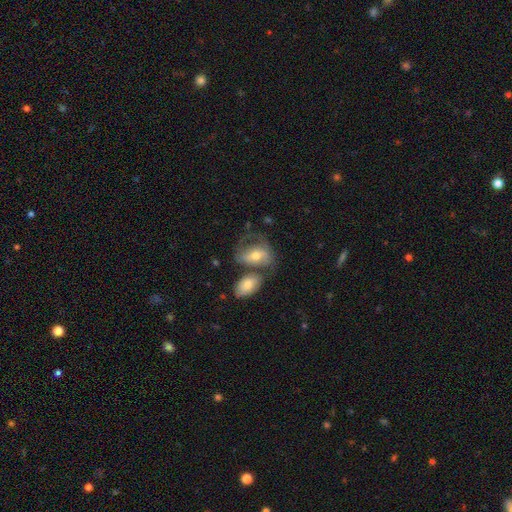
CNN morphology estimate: smooth_or_featured: featured or disk (p=0.47) [alt: smooth p=0.46]
merging: merger (p=0.32) [tied with: none p=0.32]